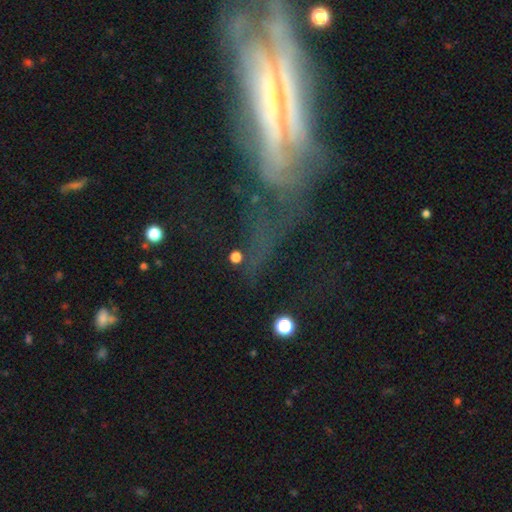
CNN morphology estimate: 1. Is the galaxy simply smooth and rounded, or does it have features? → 72% featured or disk, 14% smooth, 14% star or artifact.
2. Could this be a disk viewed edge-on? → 52% no, 48% yes.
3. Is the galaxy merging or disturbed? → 51% none, 22% major disturbance, 21% minor disturbance, 6% merger.